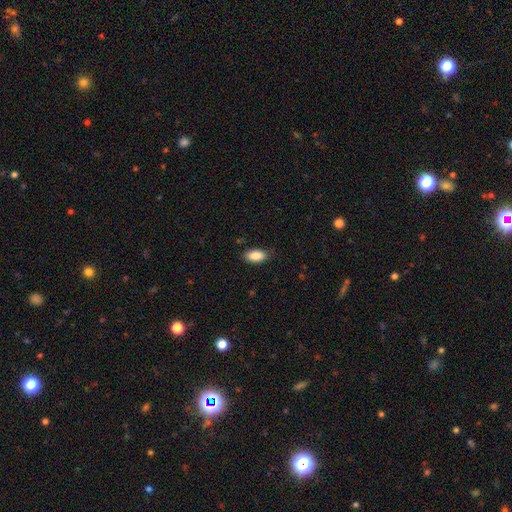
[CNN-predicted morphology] type=smooth (87%); roundness=in between (92%); merging=none (81%).